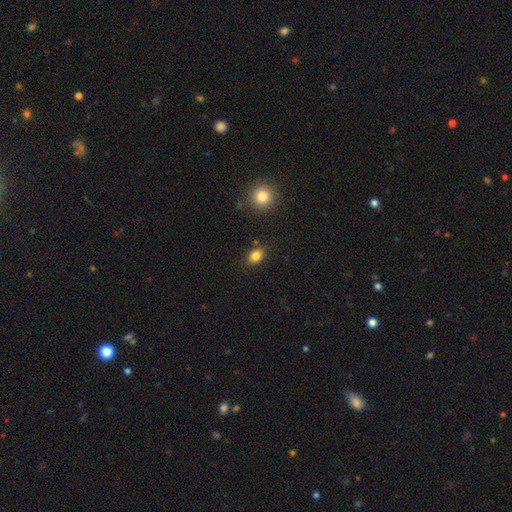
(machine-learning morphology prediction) The model was most divided on "how rounded": in between: 75%, round: 24%, cigar-shaped: 2%. More confident: smooth or featured — smooth (84%); merging — none (84%).